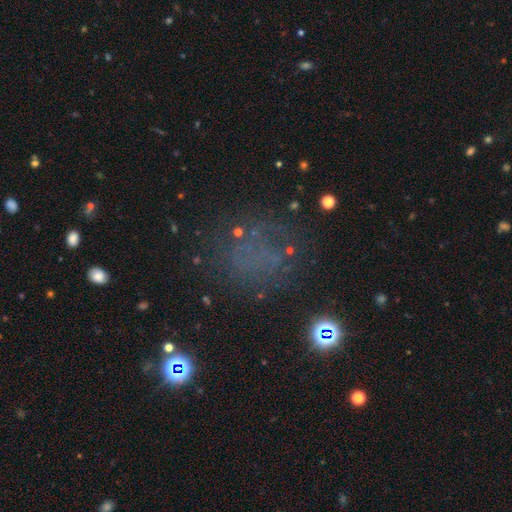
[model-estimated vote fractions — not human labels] A star or artifact, not a galaxy (42%).